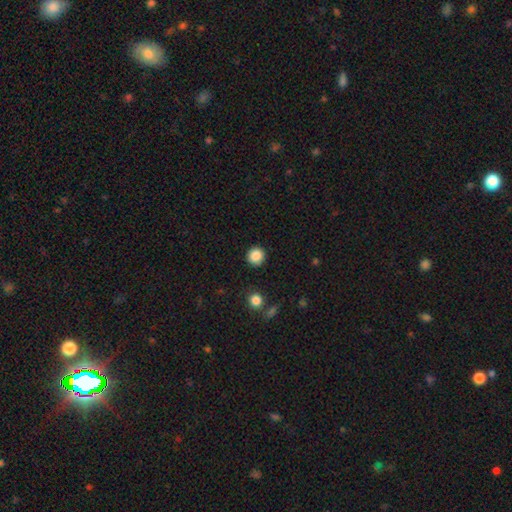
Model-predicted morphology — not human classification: A smooth galaxy with no disk features (87%) that is round (93%).

Vote fractions:
- Smooth or featured? smooth: 87% / star or artifact: 10% / featured or disk: 4%
- How rounded? round: 93% / in between: 6% / cigar-shaped: 1%
- Merging? none: 90% / minor disturbance: 6% / major disturbance: 2% / merger: 2%